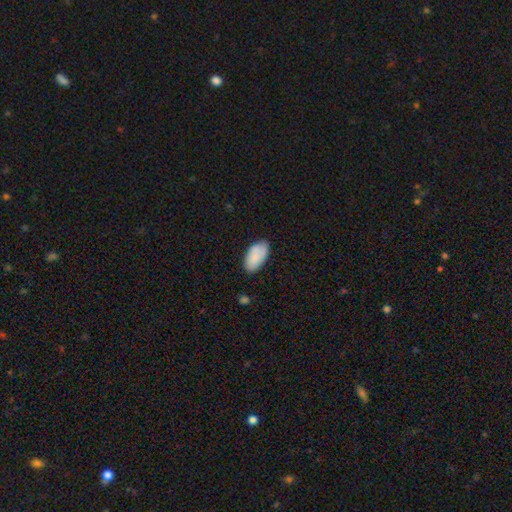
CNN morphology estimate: This appears to be a smooth galaxy with no disk features (82%) that is in between round and cigar-shaped (95%). Merging: none (74%).